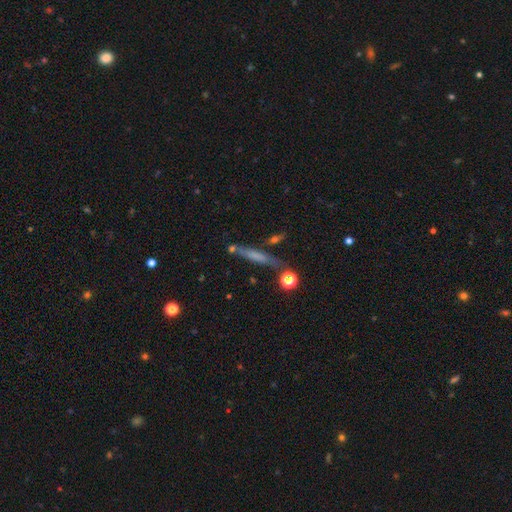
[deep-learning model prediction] Smooth or featured: smooth — 49% (featured or disk — 40%)
Merging: none — 71% (minor disturbance — 15%)